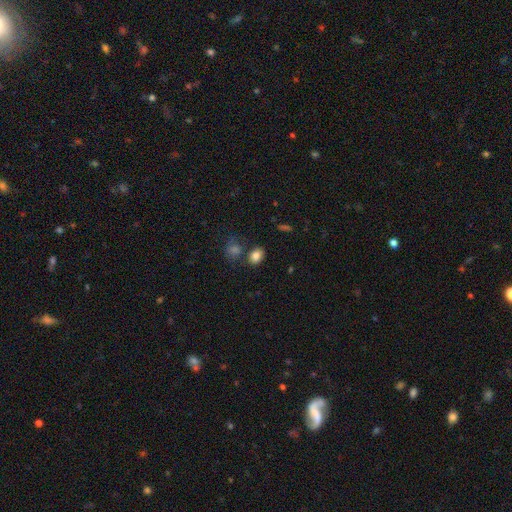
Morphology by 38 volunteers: Volunteers were most divided on "how rounded": in between: 61%, round: 39%, cigar-shaped: 0%. More confident: smooth or featured — smooth (87%); merging — none (76%).